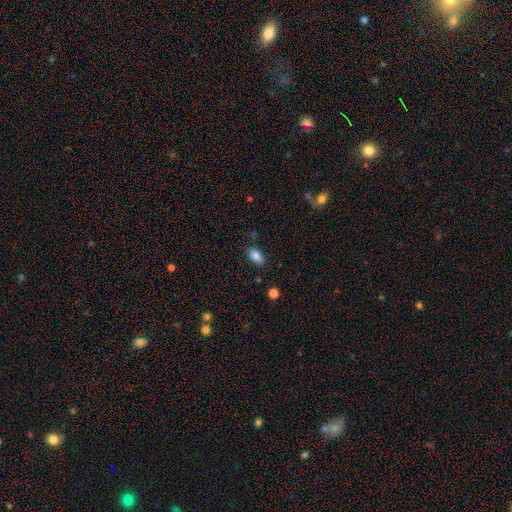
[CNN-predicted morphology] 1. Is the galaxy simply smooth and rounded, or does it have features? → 85% smooth, 8% star or artifact, 6% featured or disk.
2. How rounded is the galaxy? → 90% in between, 5% cigar-shaped, 4% round.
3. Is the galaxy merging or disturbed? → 81% none, 13% minor disturbance, 3% major disturbance, 2% merger.